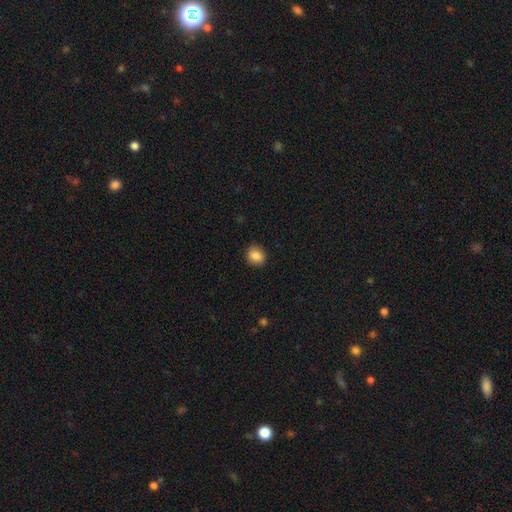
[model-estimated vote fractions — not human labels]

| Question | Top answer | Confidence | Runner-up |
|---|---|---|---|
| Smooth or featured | smooth | 86% | star or artifact (9%) |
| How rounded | round | 67% | in between (32%) |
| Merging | none | 88% | minor disturbance (9%) |